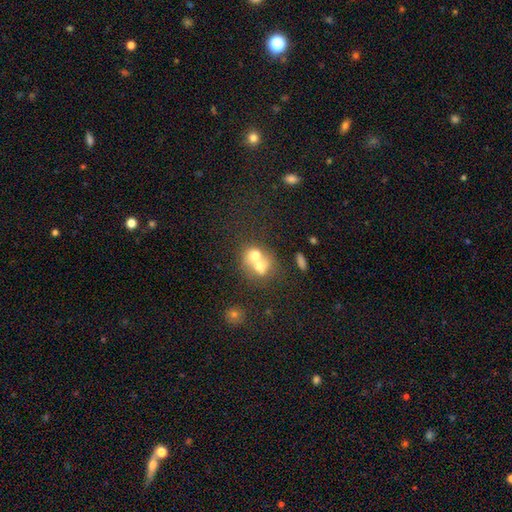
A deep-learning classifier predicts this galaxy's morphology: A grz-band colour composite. It shows a smooth galaxy with no disk features (64%) that is round (63%). Merging: merger (70%).